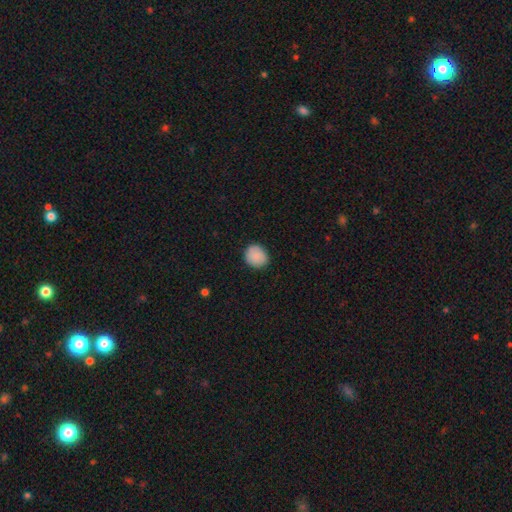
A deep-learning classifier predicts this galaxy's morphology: Overall: smooth (88%). How rounded: round (80%). Merging: none (87%).